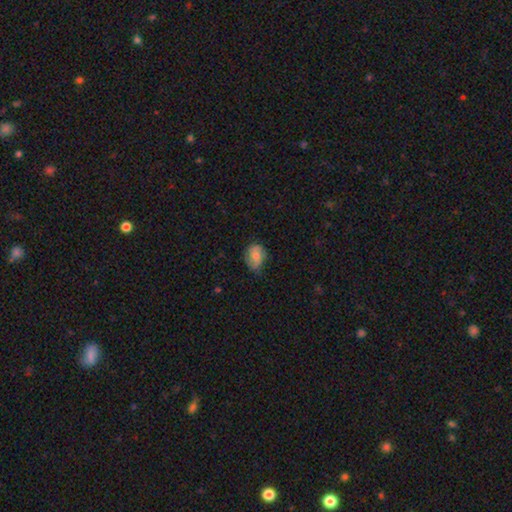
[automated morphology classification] Q: Smooth or featured?
A: smooth (53%); runner-up: featured or disk (39%)
Q: How rounded?
A: in between (60%); runner-up: round (39%)
Q: Merging?
A: none (62%); runner-up: minor disturbance (28%)